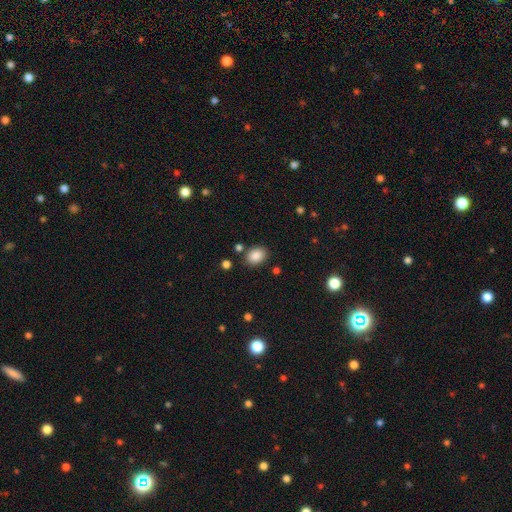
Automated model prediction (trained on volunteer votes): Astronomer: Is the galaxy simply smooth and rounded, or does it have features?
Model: smooth — 87%.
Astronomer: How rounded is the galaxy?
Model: in between — 76%.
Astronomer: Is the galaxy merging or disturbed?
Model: none — 83%.